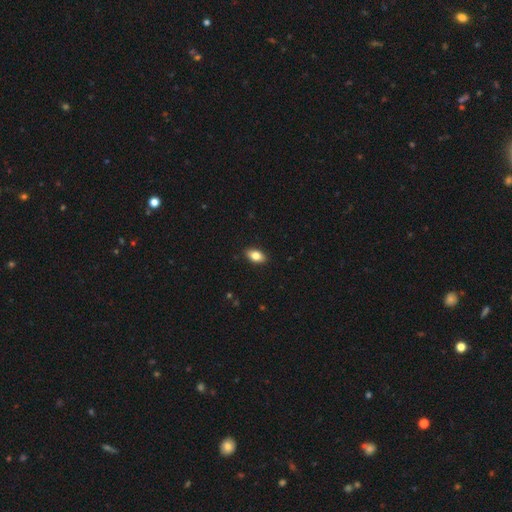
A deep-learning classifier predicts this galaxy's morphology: Smooth or featured?
  - smooth: 81% *
  - featured or disk: 11%
  - star or artifact: 8%
How rounded?
  - in between: 90% *
  - round: 6%
  - cigar-shaped: 4%
Merging?
  - none: 89% *
  - minor disturbance: 8%
  - major disturbance: 2%
  - merger: 1%